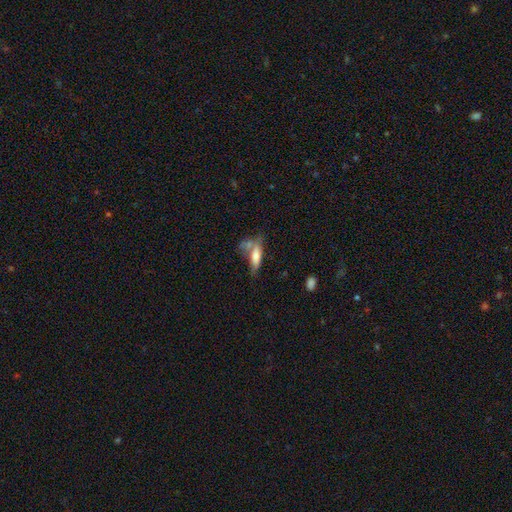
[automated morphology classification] This is likely a smooth galaxy (64%). How rounded: possibly in between (51%). Merging: marginally none (36%).